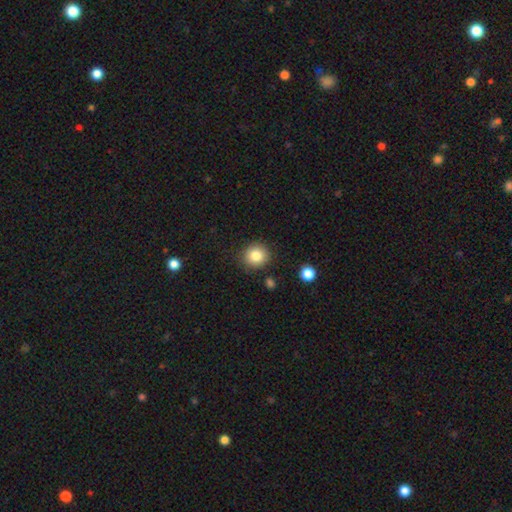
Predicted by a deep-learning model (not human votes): The model was most divided on "smooth or featured": smooth: 84%, star or artifact: 10%, featured or disk: 7%. More confident: how rounded — round (88%); merging — none (87%).